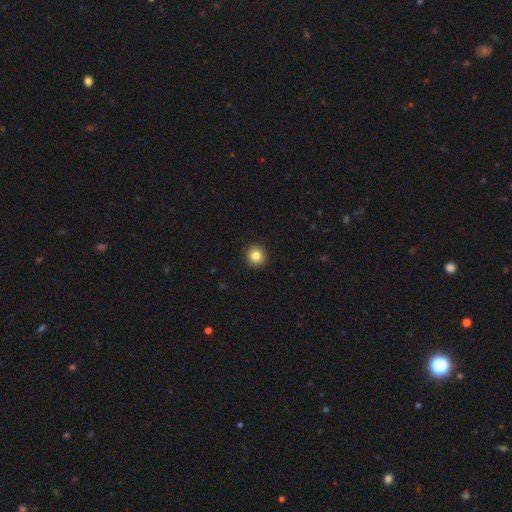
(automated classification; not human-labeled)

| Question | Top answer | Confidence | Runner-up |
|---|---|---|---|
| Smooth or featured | smooth | 84% | star or artifact (10%) |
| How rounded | round | 92% | in between (7%) |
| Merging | none | 93% | minor disturbance (5%) |